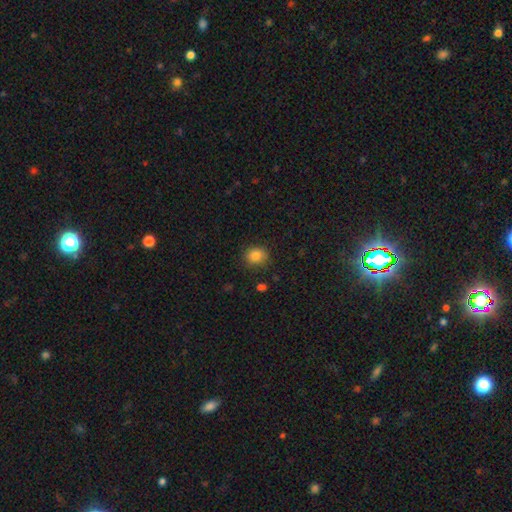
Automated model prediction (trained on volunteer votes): This is clearly a smooth galaxy (85%). How rounded: likely round (66%). Merging: clearly none (81%).